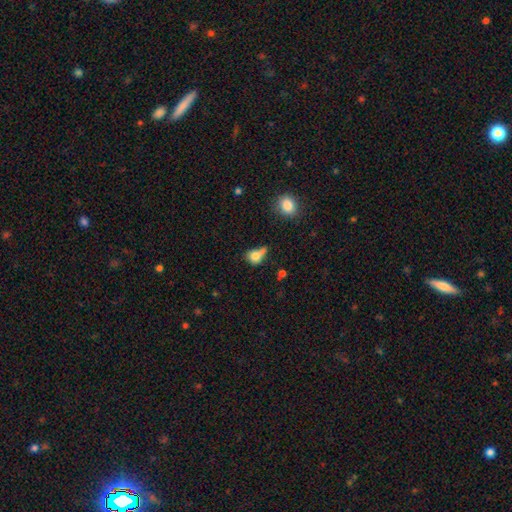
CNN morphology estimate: Smooth or featured?
  - smooth: 74% *
  - featured or disk: 14%
  - star or artifact: 12%
How rounded?
  - in between: 48% * (tied)
  - round: 48% * (tied)
  - cigar-shaped: 4%
Merging?
  - none: 32% *
  - minor disturbance: 25%
  - merger: 23%
  - major disturbance: 20%